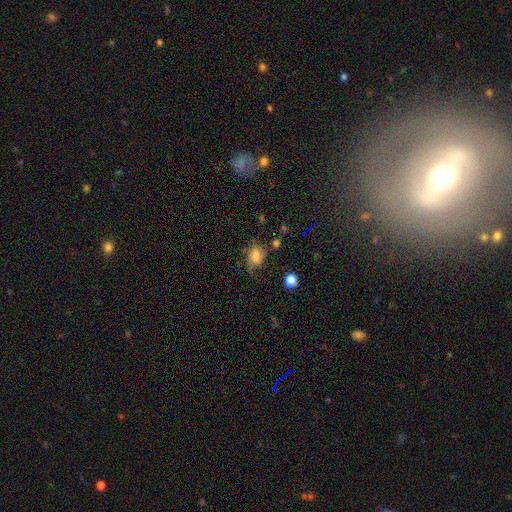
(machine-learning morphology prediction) This appears to be a smooth galaxy with no disk features (65%) that is in between round and cigar-shaped (72%). Merging: none (45%).